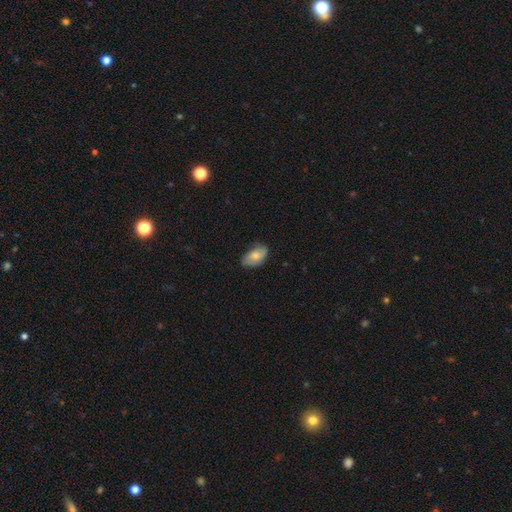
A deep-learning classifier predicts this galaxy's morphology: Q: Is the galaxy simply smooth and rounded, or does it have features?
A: smooth — 69%.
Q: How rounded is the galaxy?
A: in between — 92%.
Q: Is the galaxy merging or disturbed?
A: none — 67%.